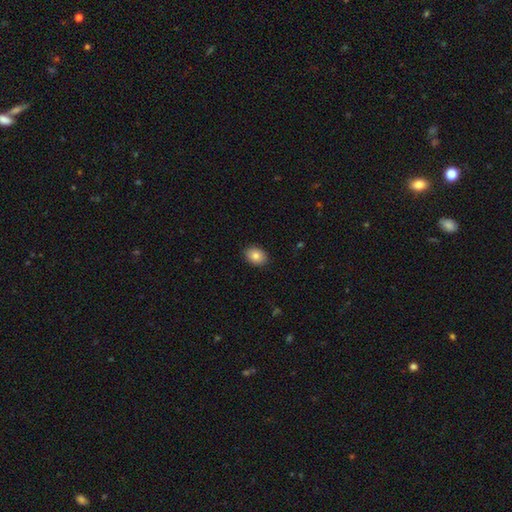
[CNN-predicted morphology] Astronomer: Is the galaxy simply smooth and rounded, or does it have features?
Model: smooth — 83%.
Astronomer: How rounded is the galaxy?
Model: in between — 67%.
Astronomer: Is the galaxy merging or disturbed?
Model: none — 89%.